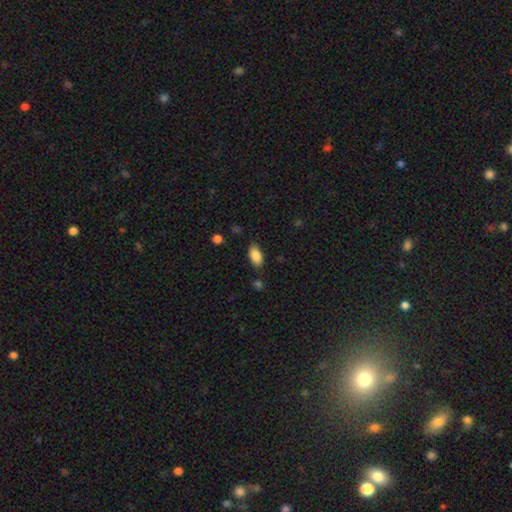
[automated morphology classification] smooth_or_featured: smooth (p=0.87) [alt: star or artifact p=0.08]
how_rounded: in between (p=0.92) [alt: cigar-shaped p=0.05]
merging: none (p=0.80) [alt: minor disturbance p=0.14]